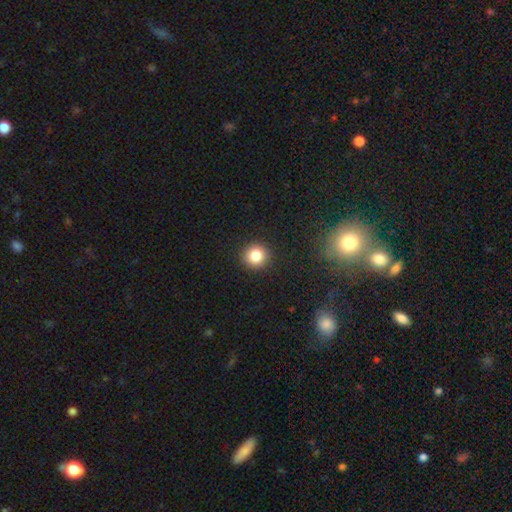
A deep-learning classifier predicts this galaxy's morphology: This appears to be a smooth galaxy with no disk features (84%) that is round (93%). Merging: none (92%).